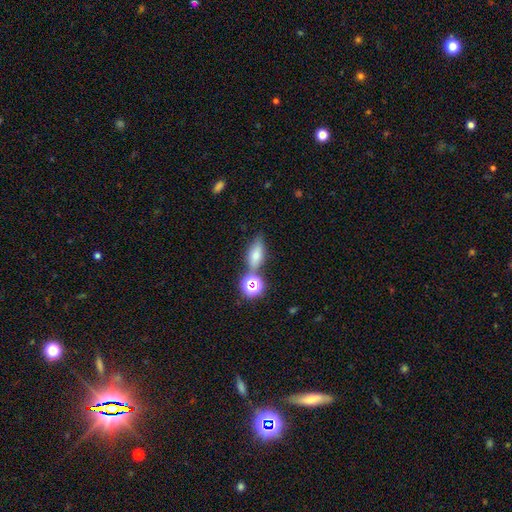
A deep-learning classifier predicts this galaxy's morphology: Smooth or featured? smooth (67%)
How rounded? in between (71%)
Merging? none (64%)